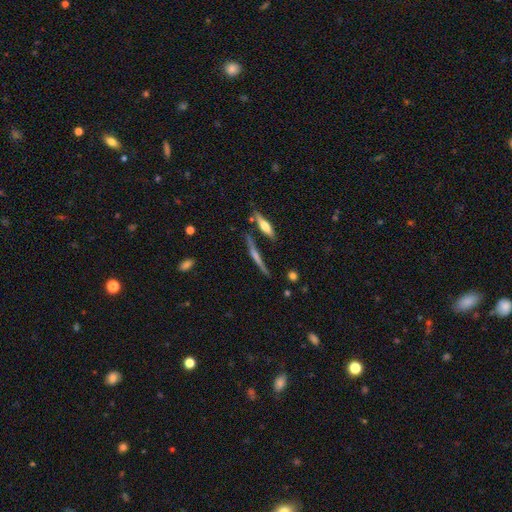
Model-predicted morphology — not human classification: This is likely a featured or disk galaxy (67%). It is clearly viewed edge-on (96%). Edge-on bulge: possibly rounded (56%). Merging: likely none (77%).